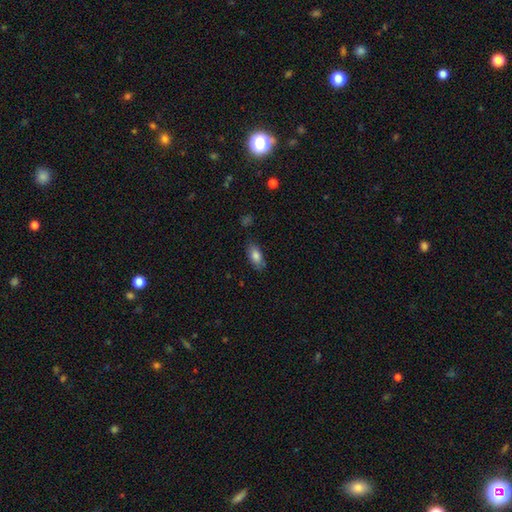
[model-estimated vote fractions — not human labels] smooth 81%, featured or disk 12%, star or artifact 7%. Down the decision tree: how rounded — in between (88%); merging — none (79%).